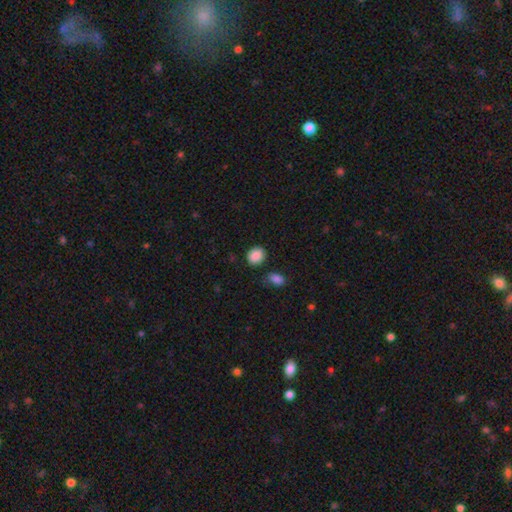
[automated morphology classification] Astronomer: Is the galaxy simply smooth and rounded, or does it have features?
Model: smooth — 89%.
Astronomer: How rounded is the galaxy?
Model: round — 64%.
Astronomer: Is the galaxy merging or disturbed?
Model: none — 84%.